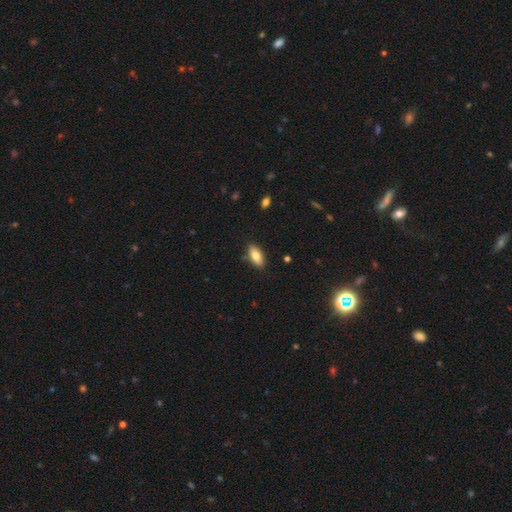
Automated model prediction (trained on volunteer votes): Morphology: type=smooth (78%); roundness=in between (85%); merging=none (86%).